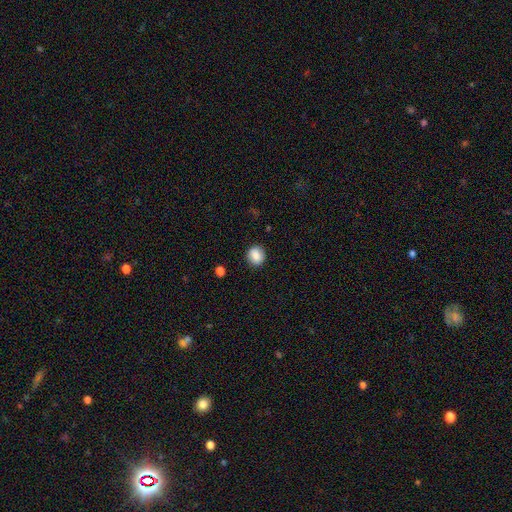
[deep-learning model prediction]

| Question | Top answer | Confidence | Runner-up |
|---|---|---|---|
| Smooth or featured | smooth | 85% | star or artifact (9%) |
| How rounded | round | 77% | in between (22%) |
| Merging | none | 87% | minor disturbance (9%) |